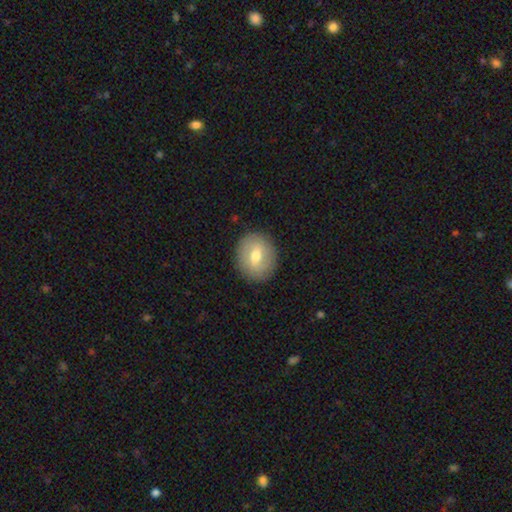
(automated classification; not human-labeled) Smooth or featured? smooth (61%)
How rounded? round (65%)
Merging? none (88%)